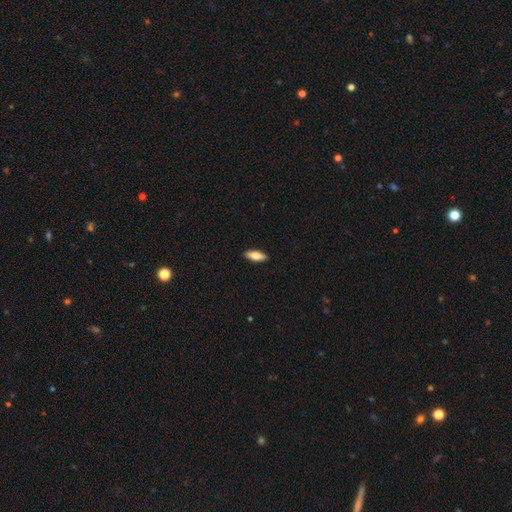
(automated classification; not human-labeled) A smooth galaxy with no disk features (68%) that is in between round and cigar-shaped (71%).

Vote fractions:
- Smooth or featured? smooth: 68% / featured or disk: 26% / star or artifact: 6%
- How rounded? in between: 71% / cigar-shaped: 27% / round: 3%
- Merging? none: 90% / minor disturbance: 7% / major disturbance: 2% / merger: 1%